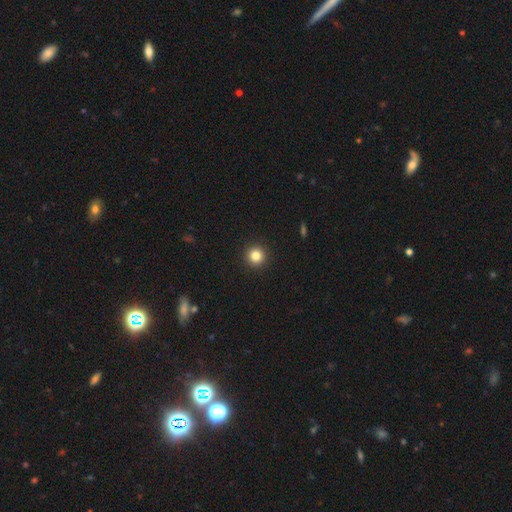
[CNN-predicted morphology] smooth 84%, star or artifact 11%, featured or disk 5%. Down the decision tree: how rounded — round (95%); merging — none (93%).